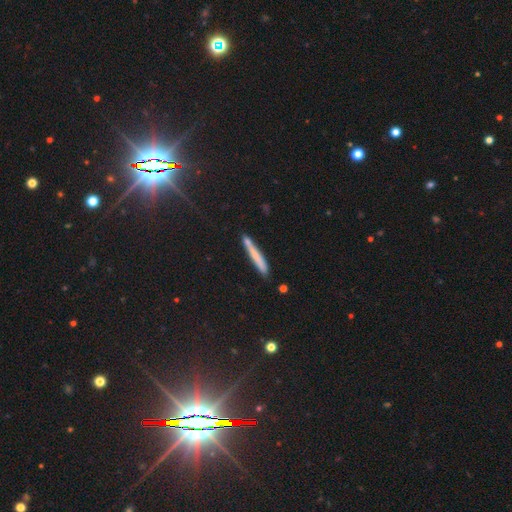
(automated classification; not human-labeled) smooth 66%, featured or disk 24%, star or artifact 9%. Down the decision tree: how rounded — cigar-shaped (96%); merging — none (79%).